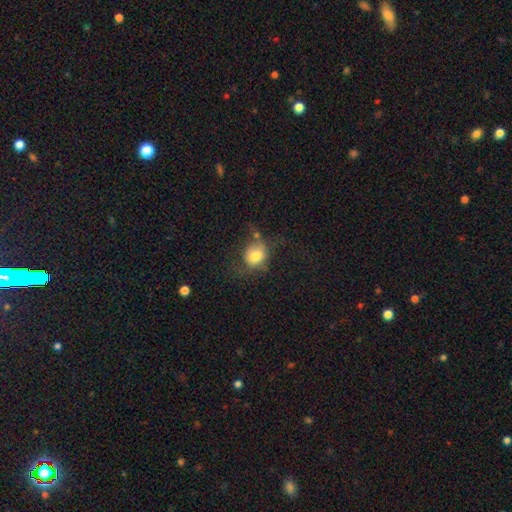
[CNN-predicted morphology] This is likely a smooth galaxy (76%). How rounded: likely round (64%). Merging: possibly none (48%).